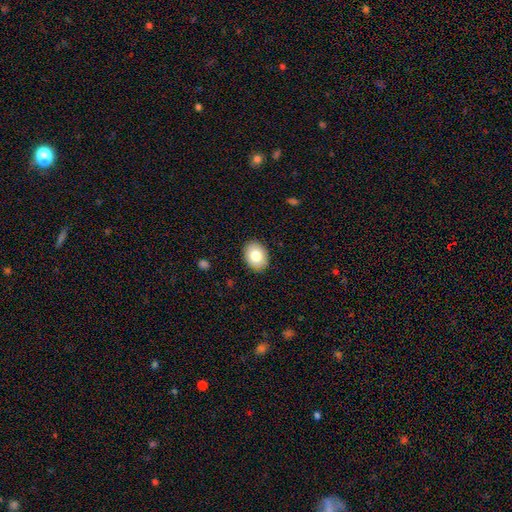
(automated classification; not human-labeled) A smooth galaxy with no disk features (82%) that is in between round and cigar-shaped (67%). Merging: none (89%).